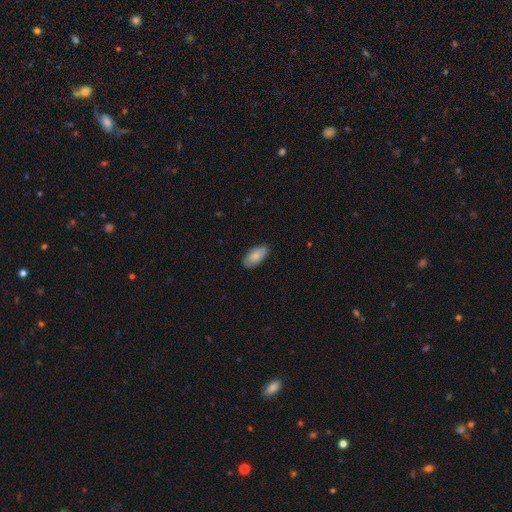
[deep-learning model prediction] Morphology: type=smooth (77%); roundness=in between (93%); merging=none (80%).